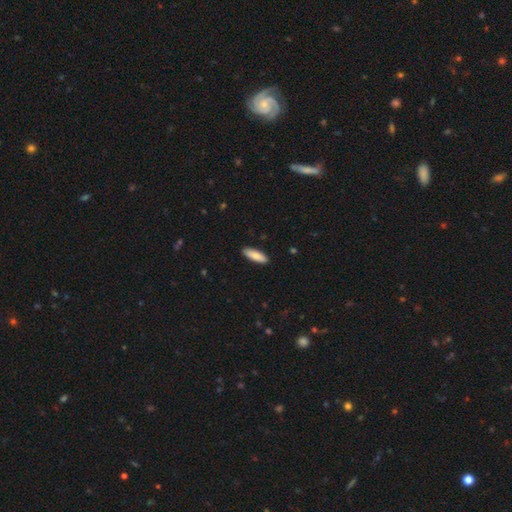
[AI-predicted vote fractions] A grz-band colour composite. It shows a smooth galaxy with no disk features (85%) that is in between round and cigar-shaped (53%). Merging: none (90%).